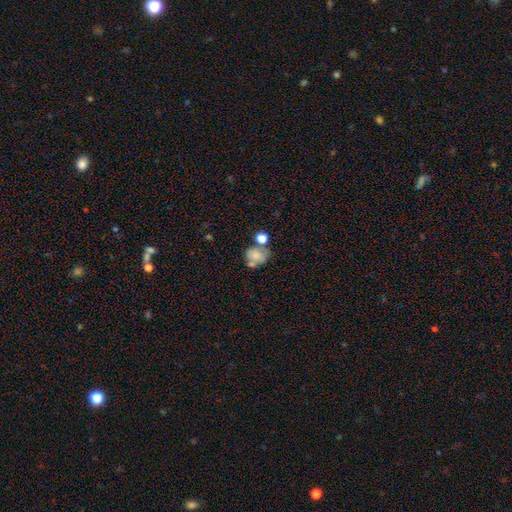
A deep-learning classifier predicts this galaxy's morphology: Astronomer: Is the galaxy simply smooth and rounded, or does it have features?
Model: smooth — 71%.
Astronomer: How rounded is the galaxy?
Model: round — 58% (runner-up: in between, 41%).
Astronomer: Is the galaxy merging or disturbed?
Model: none — 41% (runner-up: merger, 33%).